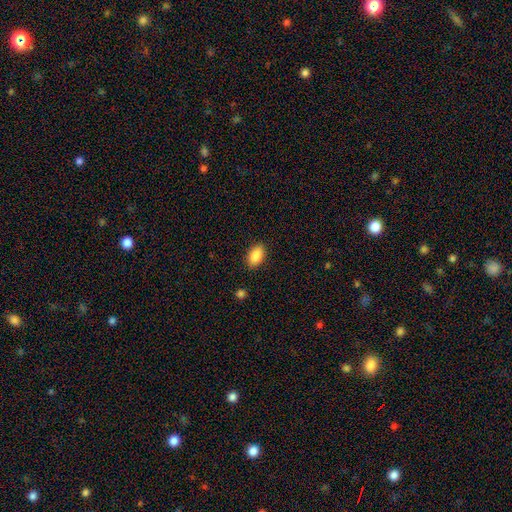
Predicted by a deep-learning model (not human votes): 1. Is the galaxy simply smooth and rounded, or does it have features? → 87% smooth, 8% star or artifact, 5% featured or disk.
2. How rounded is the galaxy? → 92% in between, 6% round, 2% cigar-shaped.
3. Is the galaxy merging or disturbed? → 88% none, 8% minor disturbance, 2% major disturbance, 1% merger.